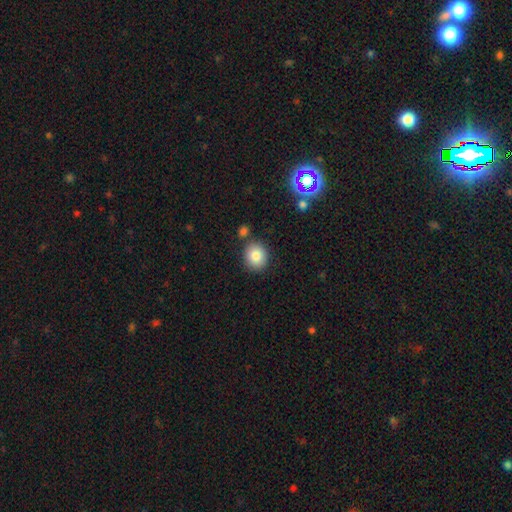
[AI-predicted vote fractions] smooth 83%, star or artifact 9%, featured or disk 7%. Down the decision tree: how rounded — round (77%); merging — none (80%).